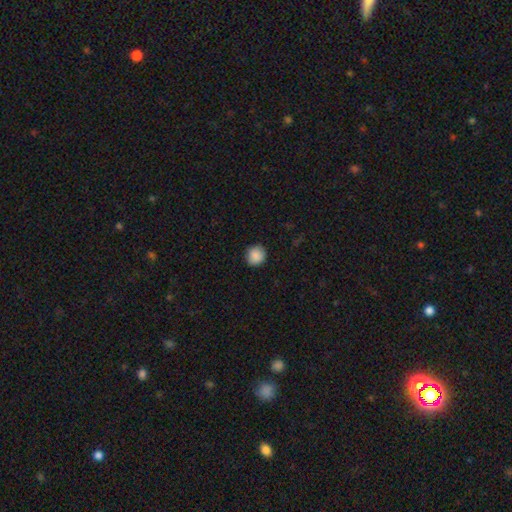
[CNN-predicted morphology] This appears to be a smooth galaxy with no disk features (89%) that is round (89%). Merging: none (90%).